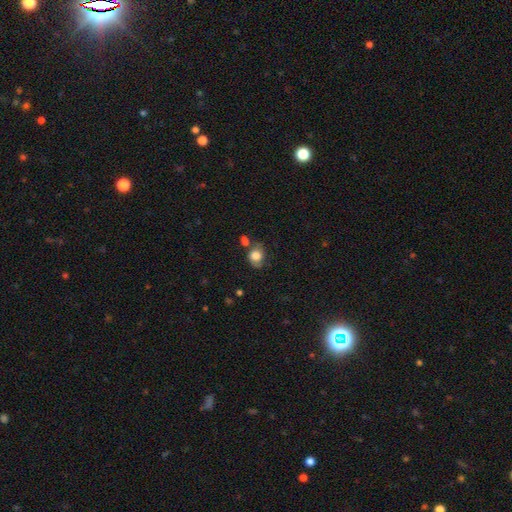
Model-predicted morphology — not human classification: type=smooth (78%); roundness=round (54%); merging=none (52%).